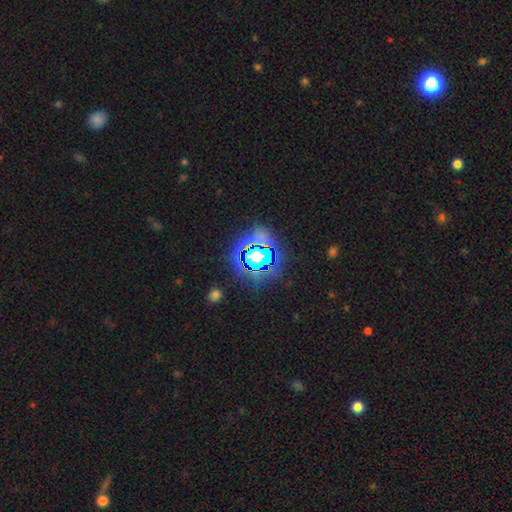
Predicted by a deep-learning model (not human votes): This appears to be a star or artifact, not a galaxy (65%).